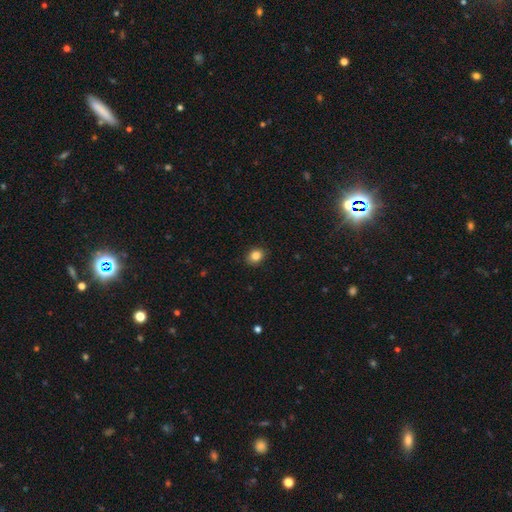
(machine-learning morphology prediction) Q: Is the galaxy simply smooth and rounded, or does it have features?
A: smooth — 85%.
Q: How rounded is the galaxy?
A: round — 57%.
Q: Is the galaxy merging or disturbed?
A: none — 89%.